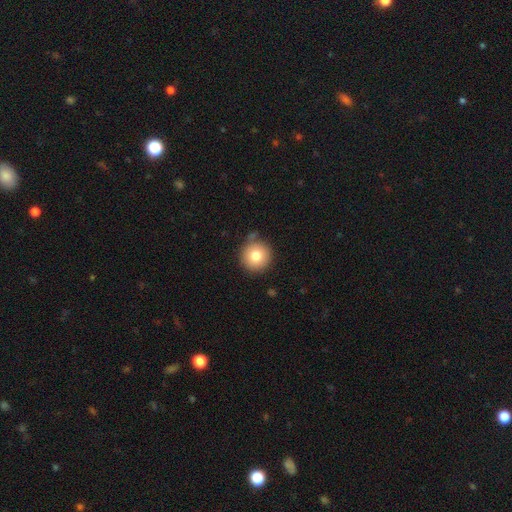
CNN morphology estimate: The model was most divided on "smooth or featured": smooth: 78%, featured or disk: 12%, star or artifact: 10%. More confident: how rounded — round (95%); merging — none (80%).